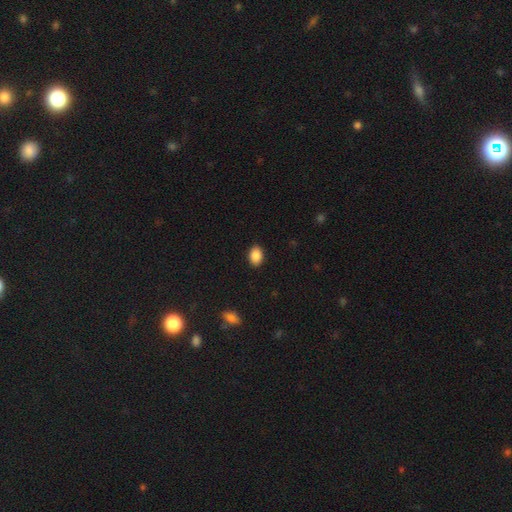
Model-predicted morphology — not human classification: A smooth galaxy with no disk features (88%) that is in between round and cigar-shaped (80%). Merging: none (90%).